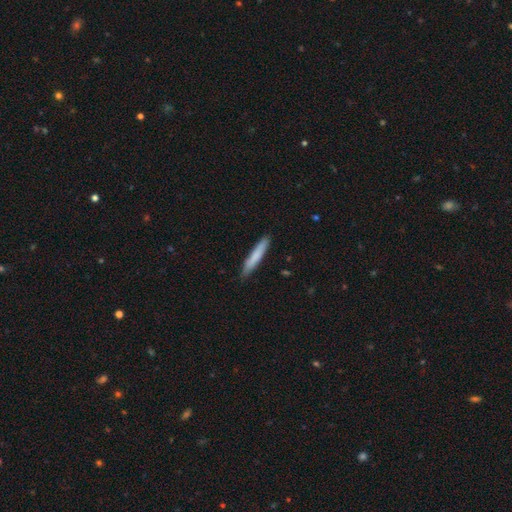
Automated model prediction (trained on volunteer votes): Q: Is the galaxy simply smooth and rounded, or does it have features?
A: smooth — 78%.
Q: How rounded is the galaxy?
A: cigar-shaped — 93%.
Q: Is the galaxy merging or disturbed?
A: none — 86%.